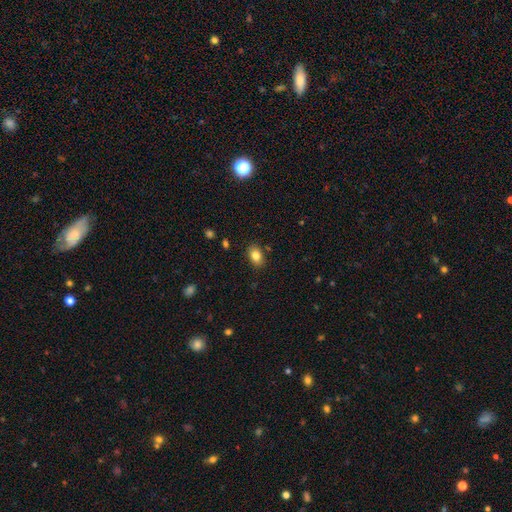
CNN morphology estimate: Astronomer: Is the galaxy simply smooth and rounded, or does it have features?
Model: smooth — 83%.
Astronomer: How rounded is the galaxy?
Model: in between — 81%.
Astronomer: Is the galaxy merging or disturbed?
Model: none — 85%.